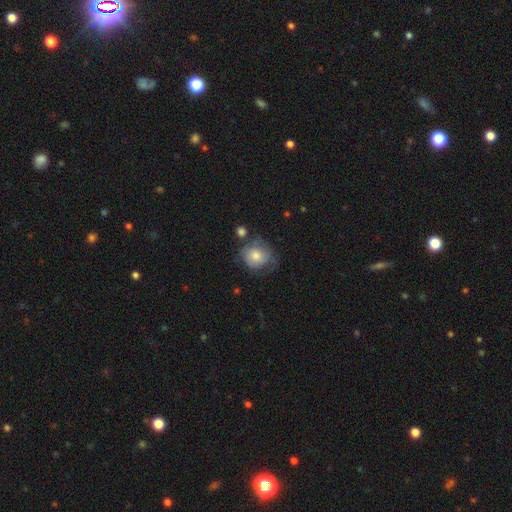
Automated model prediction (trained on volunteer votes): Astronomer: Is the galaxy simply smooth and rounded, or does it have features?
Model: smooth — 70%.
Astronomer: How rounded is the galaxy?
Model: round — 74%.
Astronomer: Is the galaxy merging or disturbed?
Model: none — 52% (runner-up: minor disturbance, 29%).